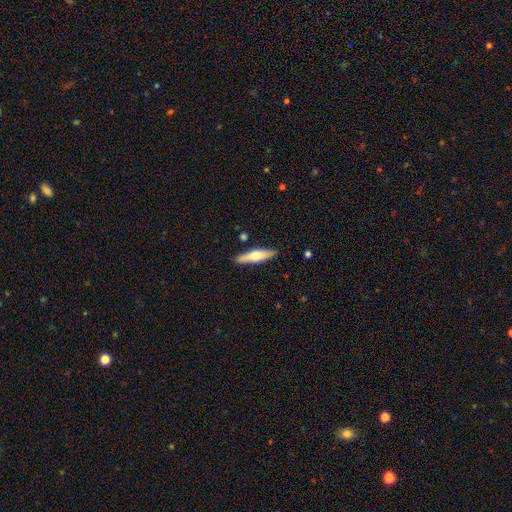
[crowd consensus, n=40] A smooth galaxy with no disk features (50%) that is cigar-shaped (70%). Merging: none (82%).